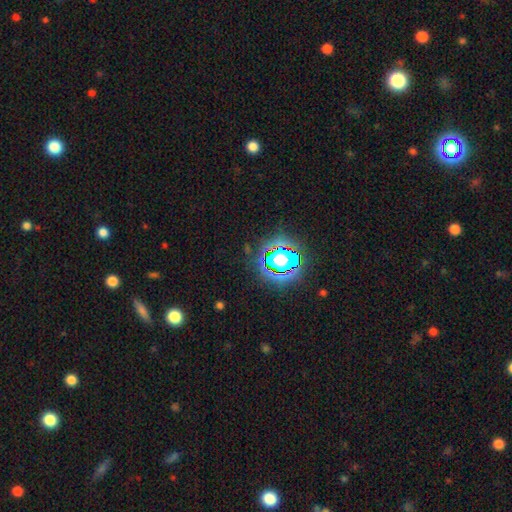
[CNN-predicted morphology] star or artifact 77%, smooth 14%, featured or disk 9%.